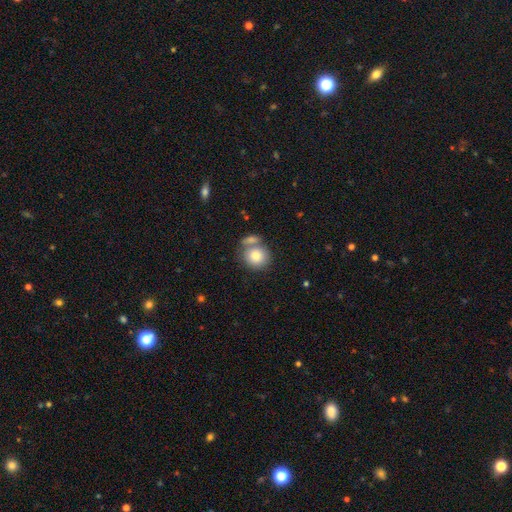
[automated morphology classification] Overall: smooth (79%). How rounded: round (84%). Merging: none (50%; merger 35%).